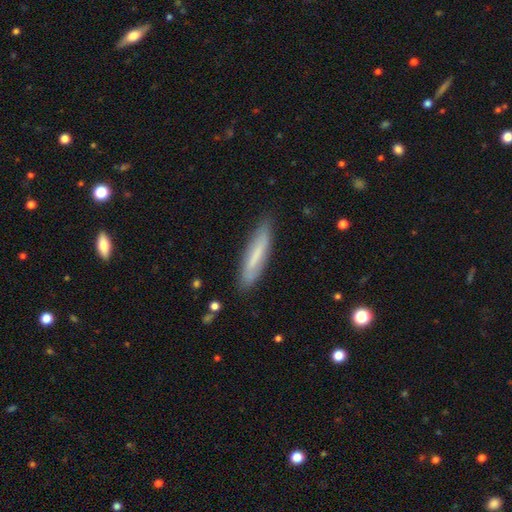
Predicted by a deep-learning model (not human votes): Smooth or featured? Predicted: smooth (p=0.61). How rounded? Predicted: cigar-shaped (p=0.85). Merging? Predicted: none (p=0.83).